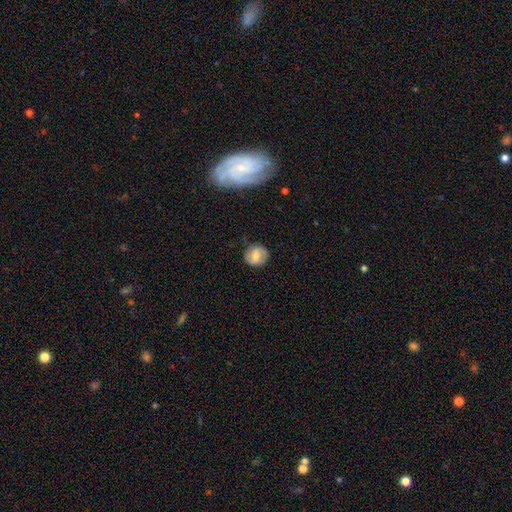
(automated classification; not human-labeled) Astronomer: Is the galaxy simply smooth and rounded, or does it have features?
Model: smooth — 53% (runner-up: featured or disk, 39%).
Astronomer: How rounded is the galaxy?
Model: round — 78%.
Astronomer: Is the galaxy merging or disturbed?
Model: none — 81%.